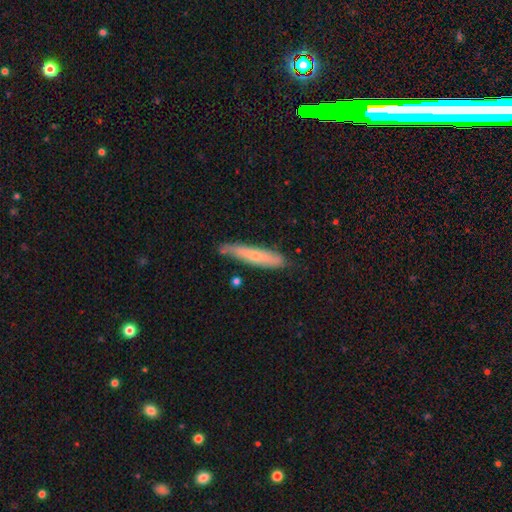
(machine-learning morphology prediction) A smooth galaxy with no disk features (56%) that is cigar-shaped (88%). Merging: none (71%).